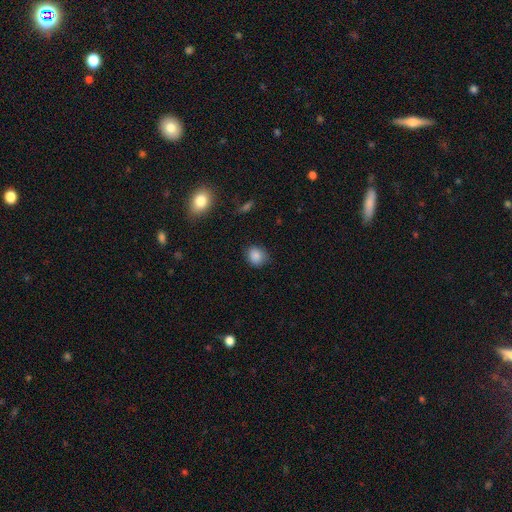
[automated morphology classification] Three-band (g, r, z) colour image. It shows a smooth galaxy with no disk features (86%) that is round (65%). Merging: none (79%).